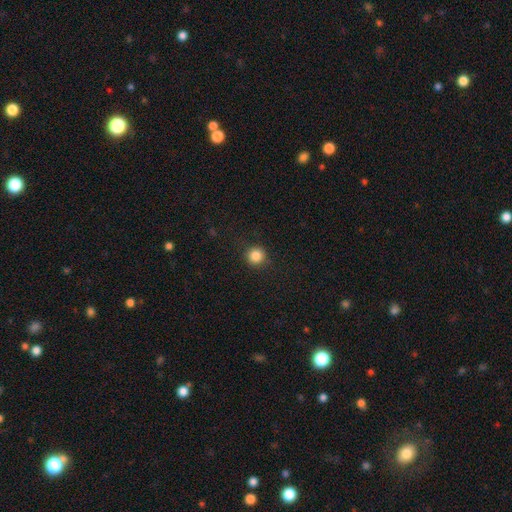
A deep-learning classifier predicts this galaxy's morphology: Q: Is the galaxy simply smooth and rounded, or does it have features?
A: smooth — 85%.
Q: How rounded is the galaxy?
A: round — 94%.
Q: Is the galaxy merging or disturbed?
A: none — 90%.